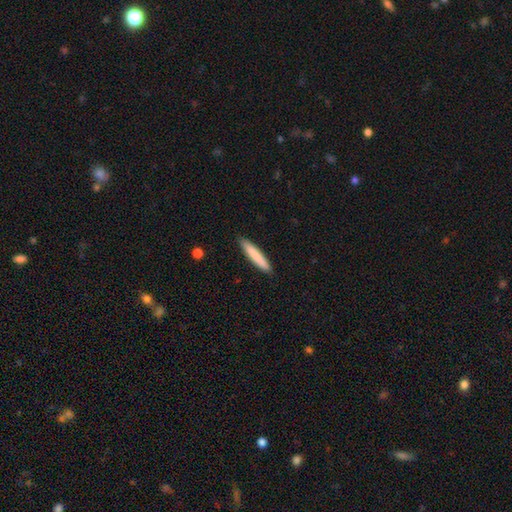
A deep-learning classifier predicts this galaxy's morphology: Smooth or featured? smooth (83%)
How rounded? cigar-shaped (92%)
Merging? none (90%)